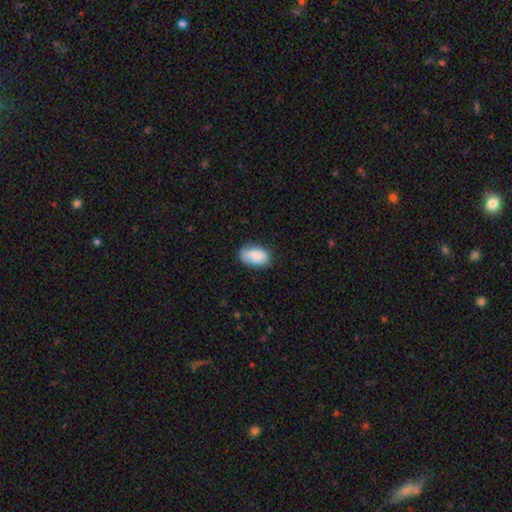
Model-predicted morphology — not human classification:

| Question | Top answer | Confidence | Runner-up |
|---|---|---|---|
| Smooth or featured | smooth | 85% | featured or disk (9%) |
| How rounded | in between | 92% | round (6%) |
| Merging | none | 72% | minor disturbance (22%) |